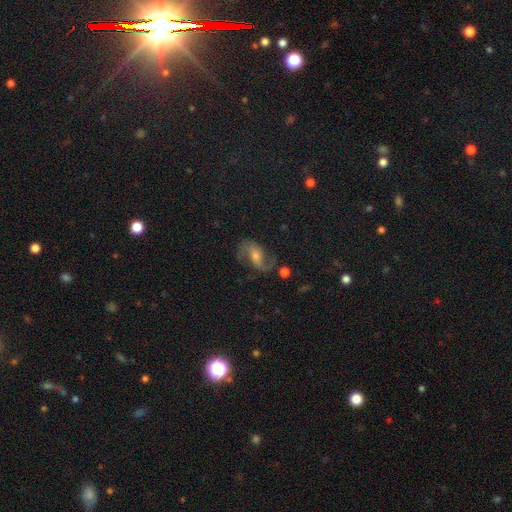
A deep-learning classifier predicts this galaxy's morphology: This appears to be a featured or disk galaxy (81%) with no bar (44%), 2 (91%) loose (47%) spiral arms (95%) and a moderate central bulge (48%). Merging: none (73%).